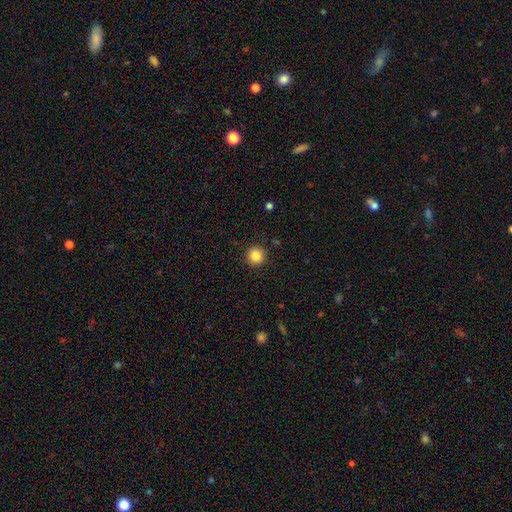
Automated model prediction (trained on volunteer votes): This is clearly a smooth galaxy (86%). How rounded: clearly round (95%). Merging: clearly none (92%).